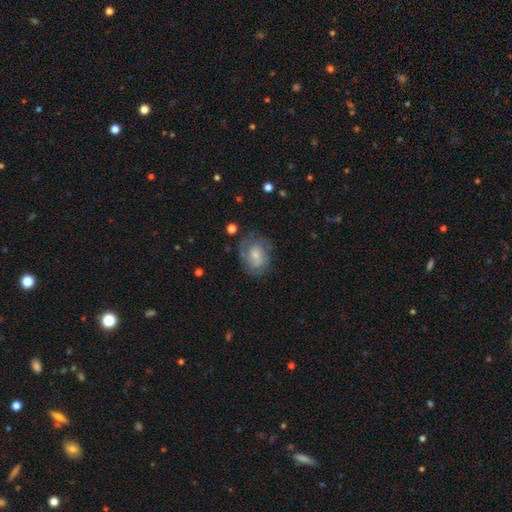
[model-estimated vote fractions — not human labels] smooth_or_featured: smooth (p=0.58) [alt: featured or disk p=0.33]
how_rounded: in between (p=0.60) [alt: round p=0.39]
merging: none (p=0.61) [alt: minor disturbance p=0.24]